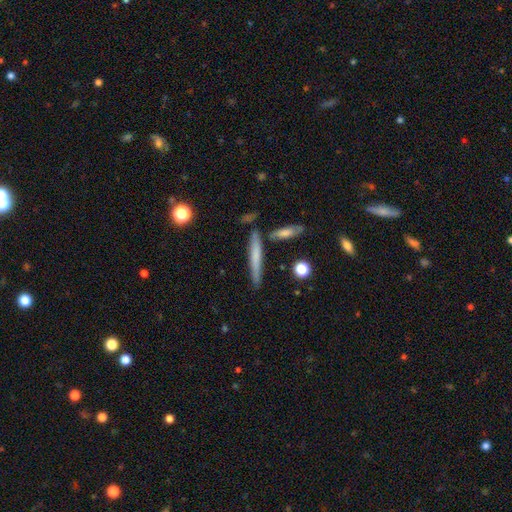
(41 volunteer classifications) Smooth or featured? 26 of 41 (63%) said smooth. How rounded? 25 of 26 (96%) said cigar-shaped. Merging? 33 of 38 (87%) said none.